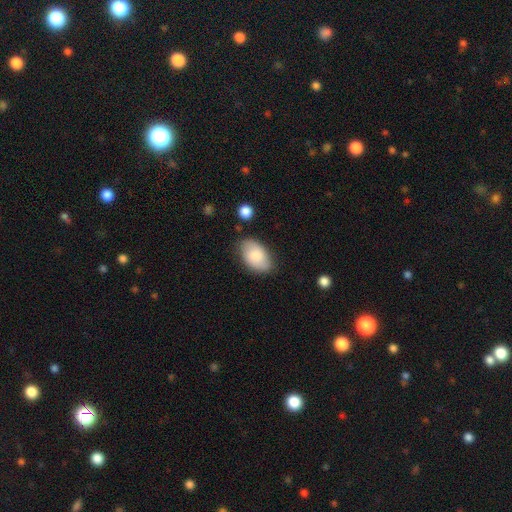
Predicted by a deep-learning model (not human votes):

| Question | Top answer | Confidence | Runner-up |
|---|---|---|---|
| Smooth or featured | smooth | 76% | featured or disk (18%) |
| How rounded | in between | 93% | round (6%) |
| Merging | none | 77% | minor disturbance (17%) |